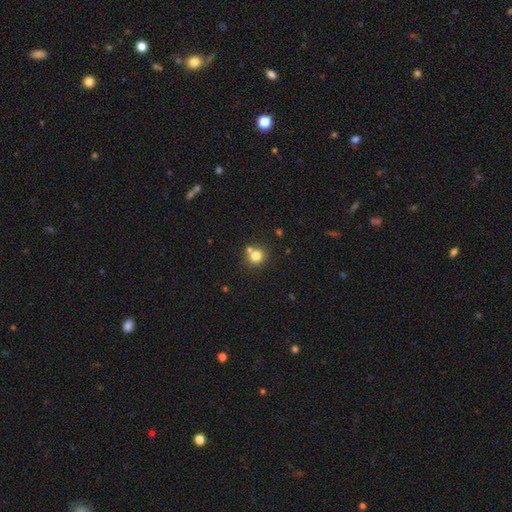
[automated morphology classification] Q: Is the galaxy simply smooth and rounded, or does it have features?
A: smooth — 79%.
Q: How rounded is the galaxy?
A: round — 89%.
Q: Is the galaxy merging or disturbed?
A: none — 69%.